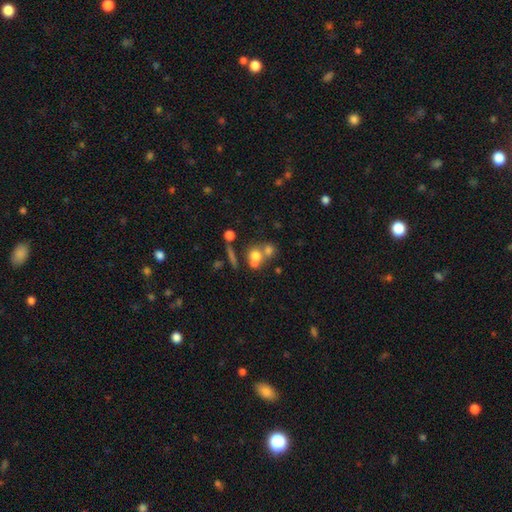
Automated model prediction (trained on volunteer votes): smooth-or-featured: smooth: 61% | featured or disk: 25% | star or artifact: 15%
  how-rounded: round: 76% | in between: 22% | cigar-shaped: 2%
  merging: merger: 54% | none: 34% | minor disturbance: 7% | major disturbance: 5%